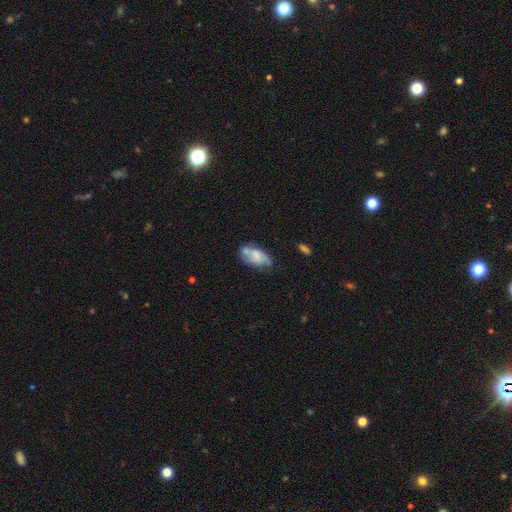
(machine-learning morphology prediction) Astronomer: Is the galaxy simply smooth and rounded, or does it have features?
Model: smooth — 55% (runner-up: featured or disk, 37%).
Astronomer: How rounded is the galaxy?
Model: in between — 91%.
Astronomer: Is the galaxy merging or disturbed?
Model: none — 35% (runner-up: merger, 26%).